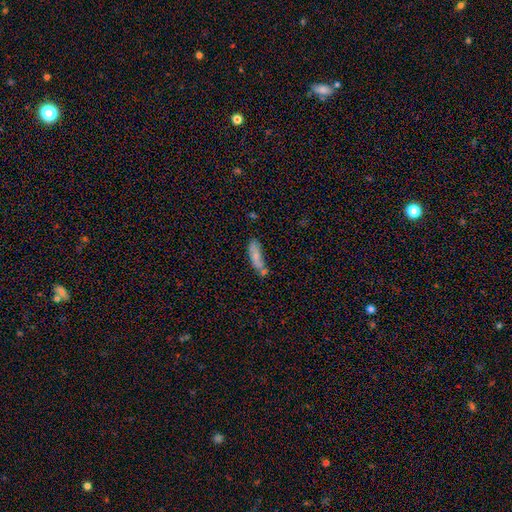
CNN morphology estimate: smooth-or-featured: smooth: 74% | featured or disk: 18% | star or artifact: 8%
  how-rounded: in between: 59% | cigar-shaped: 39% | round: 2%
  merging: none: 43% | merger: 25% | minor disturbance: 24% | major disturbance: 8%